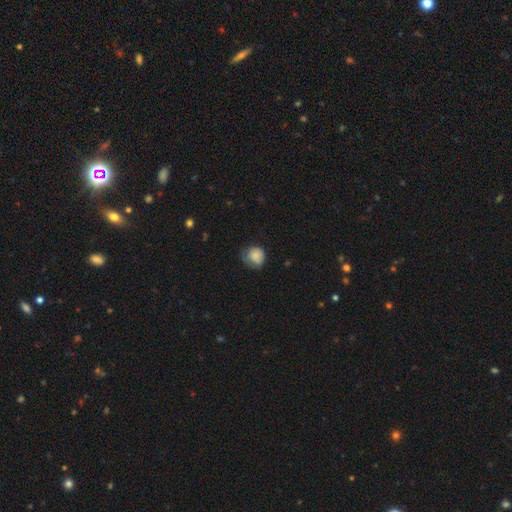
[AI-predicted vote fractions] smooth_or_featured: smooth (p=0.81) [alt: featured or disk p=0.11]
how_rounded: round (p=0.79) [alt: in between p=0.20]
merging: none (p=0.51) [alt: minor disturbance p=0.35]